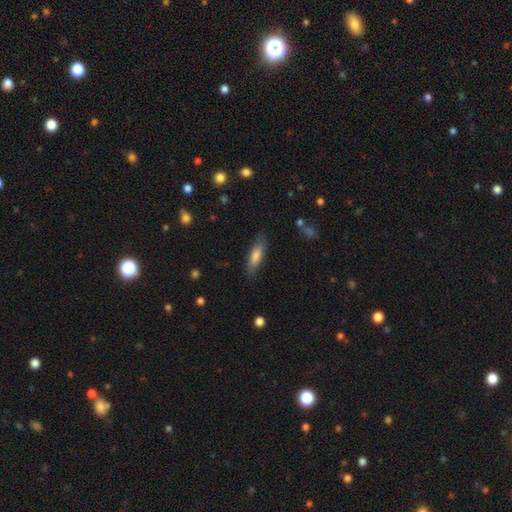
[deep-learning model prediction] This is likely a smooth galaxy (74%). How rounded: possibly cigar-shaped (57%). Merging: clearly none (80%).